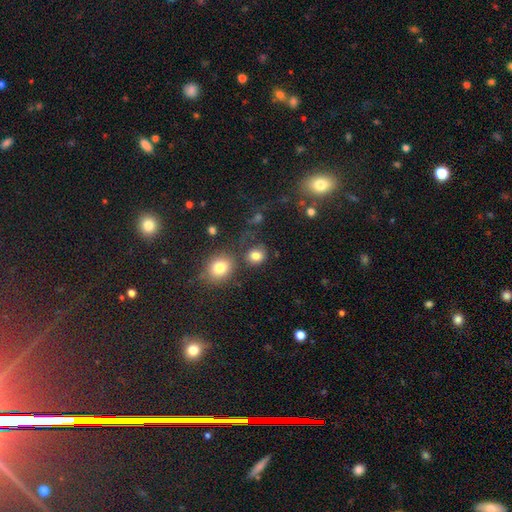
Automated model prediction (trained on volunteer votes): Q: Smooth or featured?
A: smooth (81%); runner-up: star or artifact (12%)
Q: How rounded?
A: round (69%); runner-up: in between (30%)
Q: Merging?
A: none (66%); runner-up: merger (14%)